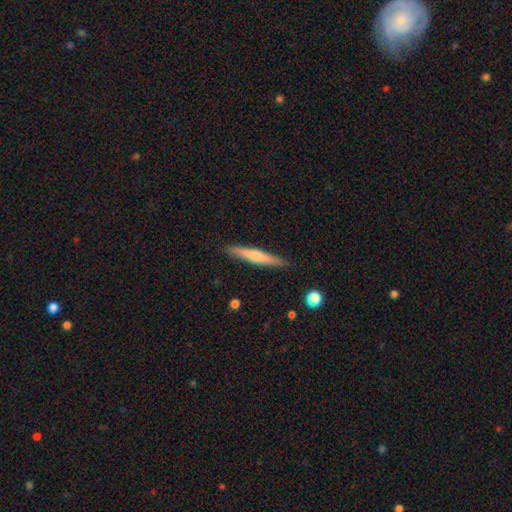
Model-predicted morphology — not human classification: A smooth galaxy with no disk features (58%) that is cigar-shaped (94%).

Vote fractions:
- Smooth or featured? smooth: 58% / featured or disk: 36% / star or artifact: 6%
- How rounded? cigar-shaped: 94% / in between: 5% / round: 1%
- Merging? none: 89% / minor disturbance: 8% / major disturbance: 2% / merger: 1%